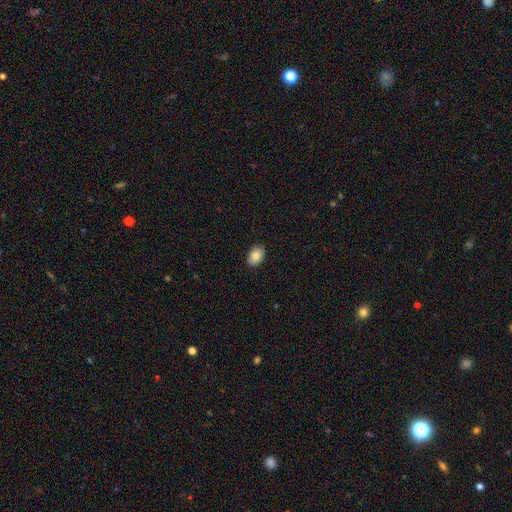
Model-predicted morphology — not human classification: Smooth or featured? smooth (83%)
How rounded? in between (85%)
Merging? none (90%)